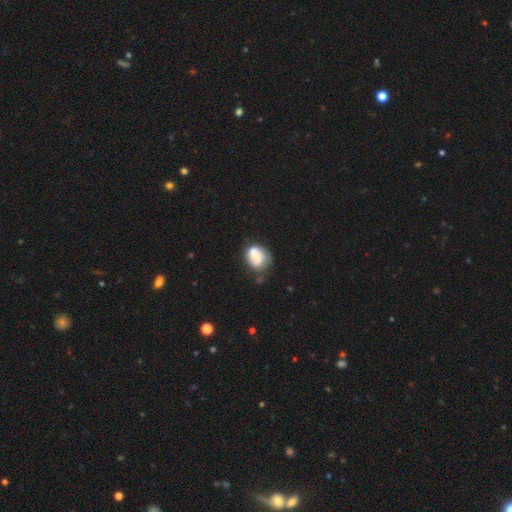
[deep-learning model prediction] A smooth galaxy with no disk features (61%) that is in between round and cigar-shaped (61%).

Vote fractions:
- Smooth or featured? smooth: 61% / featured or disk: 30% / star or artifact: 8%
- How rounded? in between: 61% / round: 38% / cigar-shaped: 1%
- Merging? none: 46% / minor disturbance: 31% / merger: 12% / major disturbance: 12%